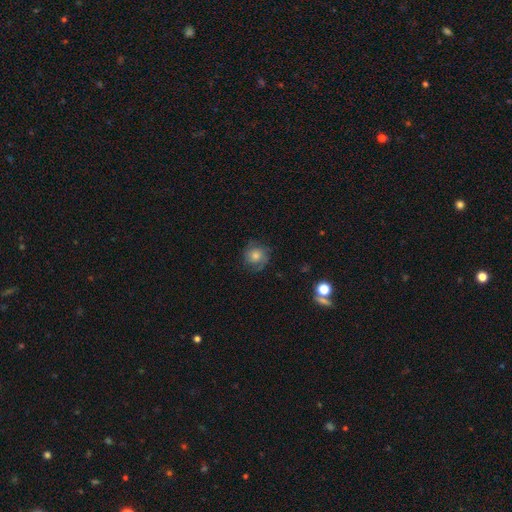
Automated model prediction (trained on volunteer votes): A smooth galaxy with no disk features (53%) that is round (85%).

Vote fractions:
- Smooth or featured? smooth: 53% / featured or disk: 37% / star or artifact: 10%
- How rounded? round: 85% / in between: 14% / cigar-shaped: 1%
- Merging? none: 69% / minor disturbance: 20% / major disturbance: 10% / merger: 1%